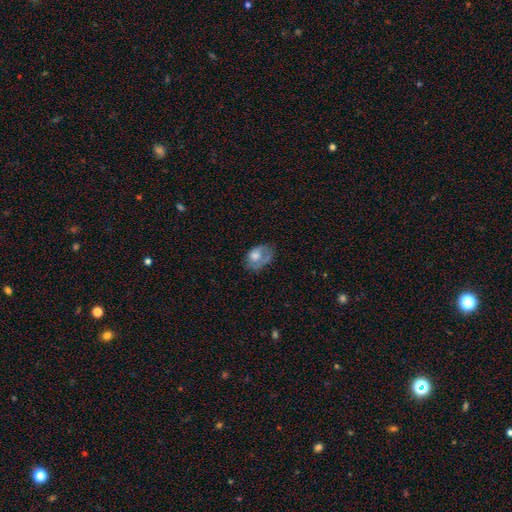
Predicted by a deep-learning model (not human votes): Morphology: type=smooth (61%); roundness=in between (77%); merging=none (39%).